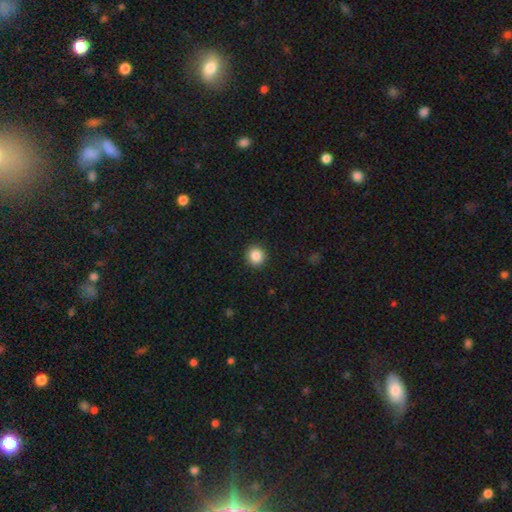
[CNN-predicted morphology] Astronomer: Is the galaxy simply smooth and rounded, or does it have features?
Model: smooth — 87%.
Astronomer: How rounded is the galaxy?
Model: round — 91%.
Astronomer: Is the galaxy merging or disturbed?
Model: none — 92%.